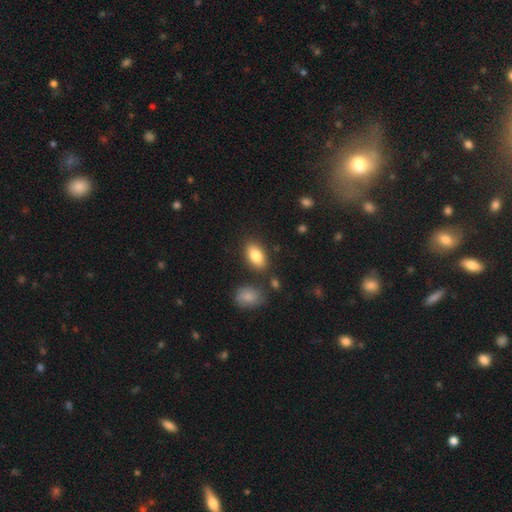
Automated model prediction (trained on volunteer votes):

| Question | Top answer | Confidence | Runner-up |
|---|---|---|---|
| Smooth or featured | smooth | 83% | featured or disk (10%) |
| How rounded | in between | 90% | round (5%) |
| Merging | none | 81% | minor disturbance (11%) |